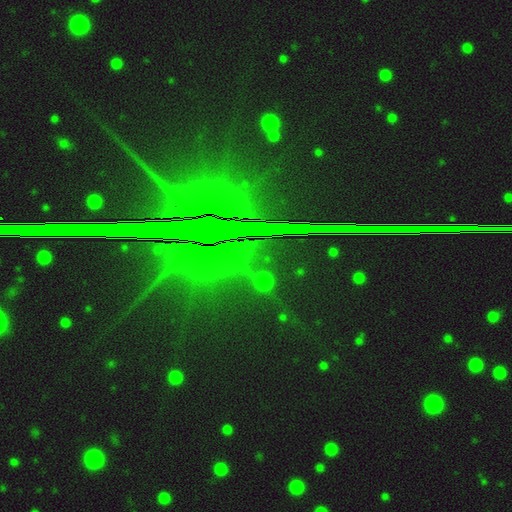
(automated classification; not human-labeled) Overall: star or artifact (84%).